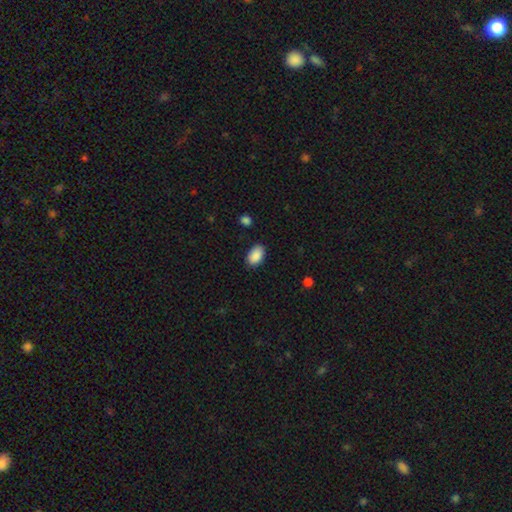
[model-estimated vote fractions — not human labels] A smooth galaxy with no disk features (90%) that is in between round and cigar-shaped (91%).

Vote fractions:
- Smooth or featured? smooth: 90% / star or artifact: 7% / featured or disk: 3%
- How rounded? in between: 91% / round: 8% / cigar-shaped: 1%
- Merging? none: 84% / minor disturbance: 12% / major disturbance: 3% / merger: 1%